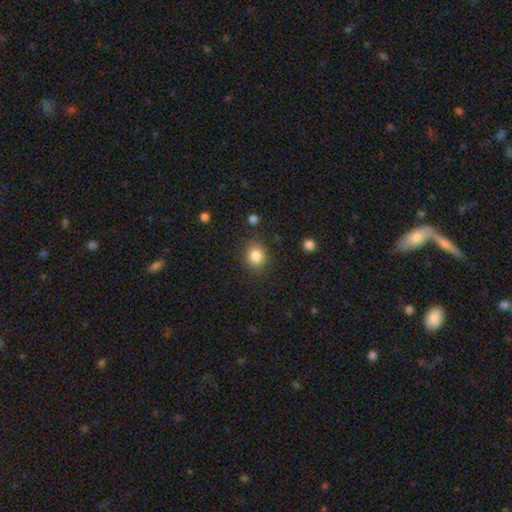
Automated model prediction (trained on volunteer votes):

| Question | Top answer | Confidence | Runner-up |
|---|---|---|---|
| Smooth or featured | smooth | 84% | star or artifact (10%) |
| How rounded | round | 70% | in between (29%) |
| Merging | none | 85% | minor disturbance (10%) |